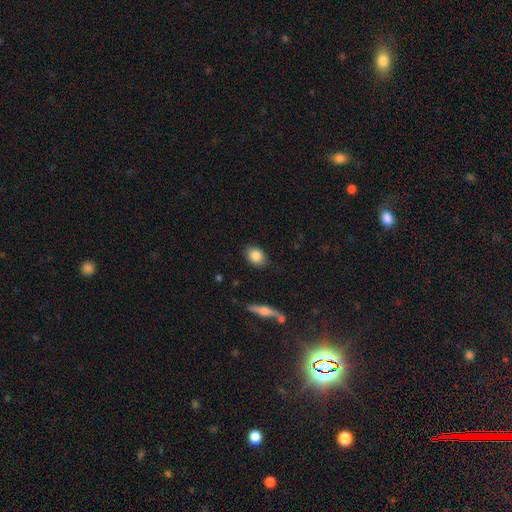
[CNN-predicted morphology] A smooth galaxy with no disk features (84%) that is in between round and cigar-shaped (64%).

Vote fractions:
- Smooth or featured? smooth: 84% / featured or disk: 9% / star or artifact: 7%
- How rounded? in between: 64% / round: 34% / cigar-shaped: 2%
- Merging? none: 86% / minor disturbance: 10% / major disturbance: 2% / merger: 2%